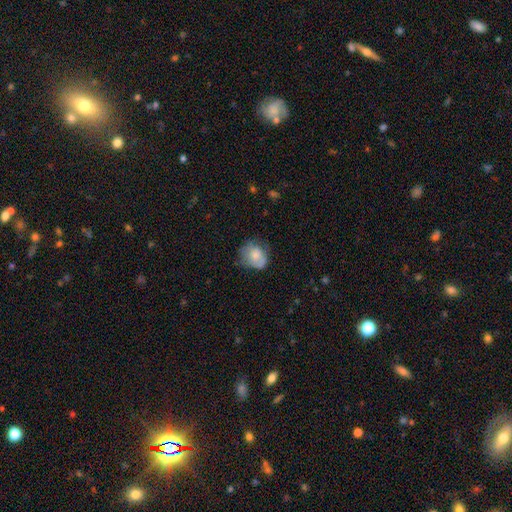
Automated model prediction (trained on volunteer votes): This appears to be a smooth galaxy with no disk features (70%) that is round (67%). Merging: none (51%).